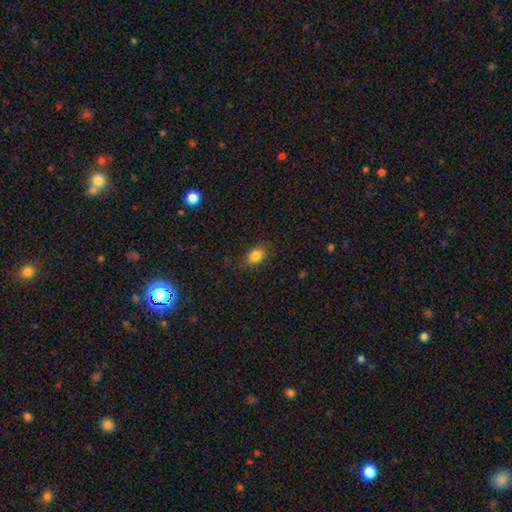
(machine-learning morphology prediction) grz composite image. It shows a smooth galaxy with no disk features (84%) that is in between round and cigar-shaped (75%). Merging: none (84%).